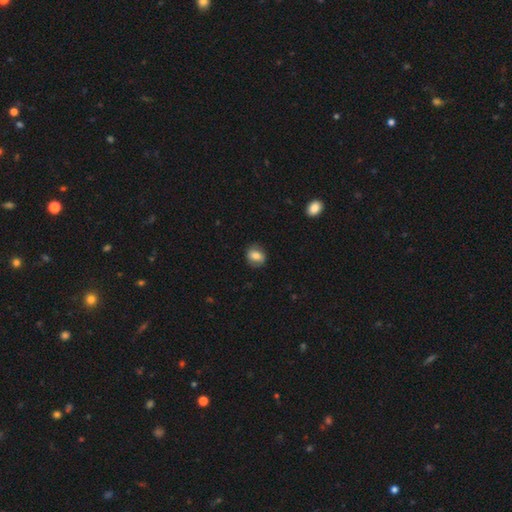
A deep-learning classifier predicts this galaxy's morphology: smooth 74%, featured or disk 18%, star or artifact 8%. Down the decision tree: how rounded — round (51%); merging — none (81%).